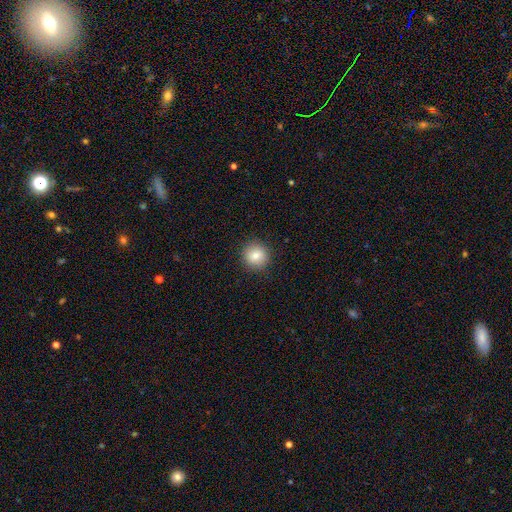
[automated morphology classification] This appears to be a smooth galaxy with no disk features (82%) that is round (91%). Merging: none (90%).